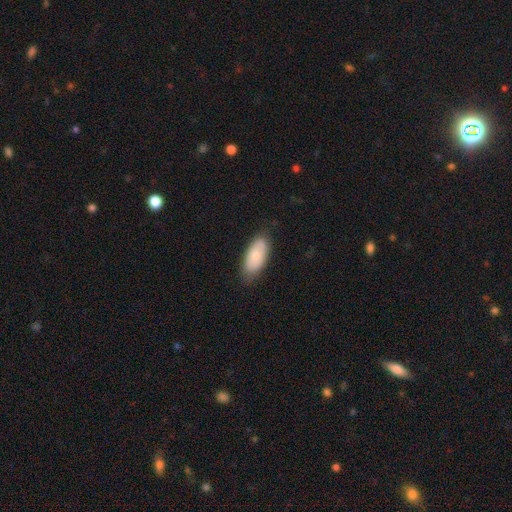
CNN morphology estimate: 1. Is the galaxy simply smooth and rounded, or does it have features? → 71% smooth, 23% featured or disk, 6% star or artifact.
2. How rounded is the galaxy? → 91% in between, 7% cigar-shaped, 3% round.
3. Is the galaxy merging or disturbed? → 78% none, 17% minor disturbance, 3% major disturbance, 1% merger.